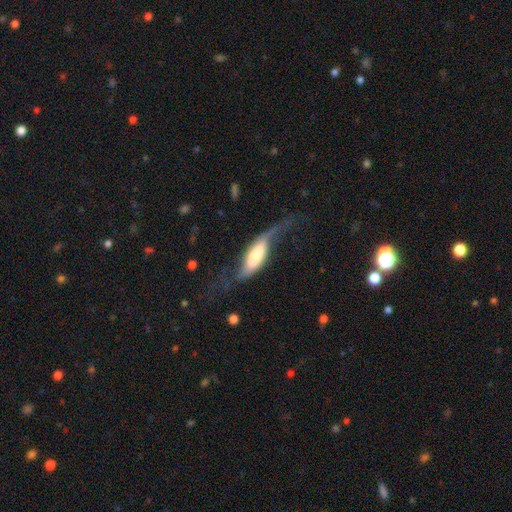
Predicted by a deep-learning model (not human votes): smooth-or-featured: featured or disk: 53% | smooth: 42% | star or artifact: 6%
  disk-edge-on: no: 67% | yes: 33%
  merging: major disturbance: 38% | none: 33% | minor disturbance: 25% | merger: 4%